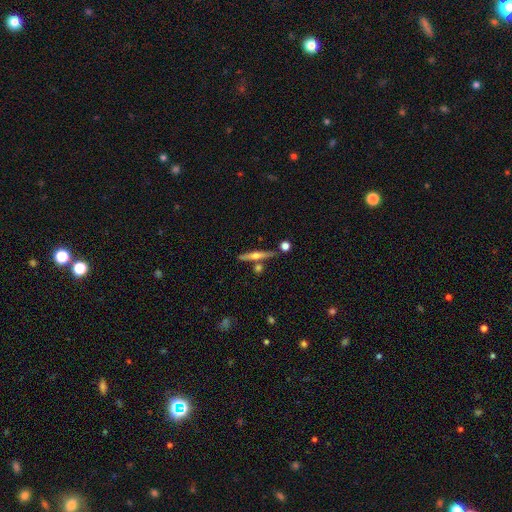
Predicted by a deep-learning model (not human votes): Morphology: type=featured or disk (64%); edge-on=yes (97%); edge-on bulge=rounded (88%); merging=none (78%).